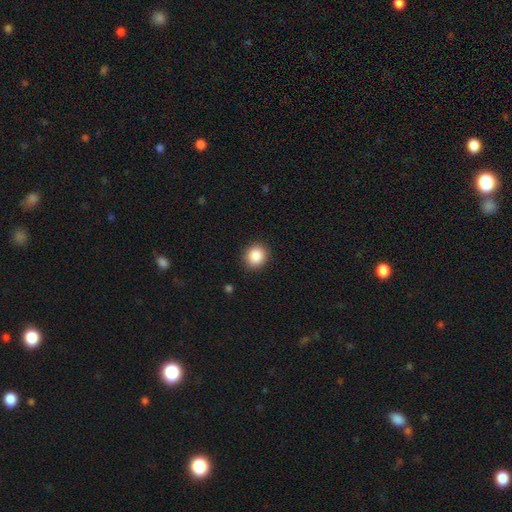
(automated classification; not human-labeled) A smooth galaxy with no disk features (88%) that is round (77%).

Vote fractions:
- Smooth or featured? smooth: 88% / star or artifact: 9% / featured or disk: 3%
- How rounded? round: 77% / in between: 22% / cigar-shaped: 1%
- Merging? none: 90% / minor disturbance: 7% / major disturbance: 2% / merger: 1%